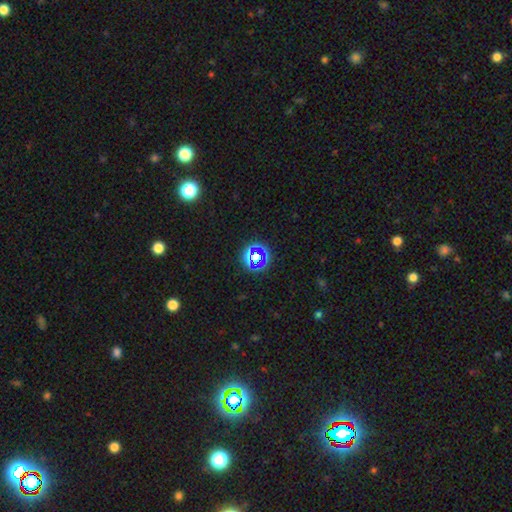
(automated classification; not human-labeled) smooth-or-featured: star or artifact: 64% | smooth: 24% | featured or disk: 12%